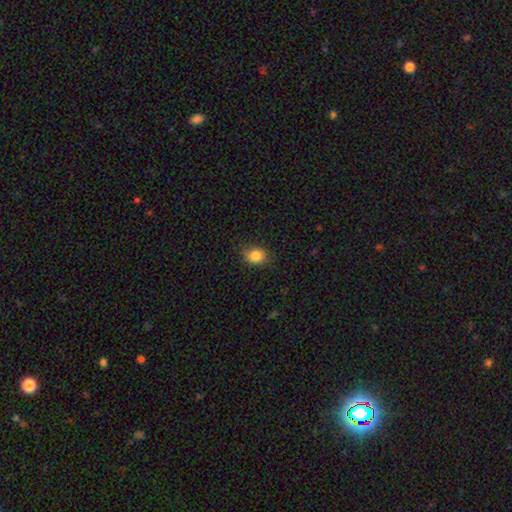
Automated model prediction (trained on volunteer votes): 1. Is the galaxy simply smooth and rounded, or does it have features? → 85% smooth, 9% star or artifact, 6% featured or disk.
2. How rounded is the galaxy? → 53% in between, 46% round, 1% cigar-shaped.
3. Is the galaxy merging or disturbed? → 85% none, 12% minor disturbance, 3% major disturbance, 1% merger.